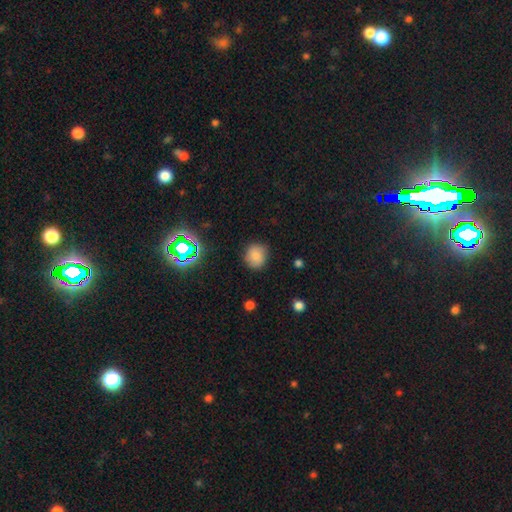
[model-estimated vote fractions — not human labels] Q: Smooth or featured?
A: smooth (78%); runner-up: star or artifact (13%)
Q: How rounded?
A: round (84%); runner-up: in between (15%)
Q: Merging?
A: none (83%); runner-up: minor disturbance (13%)